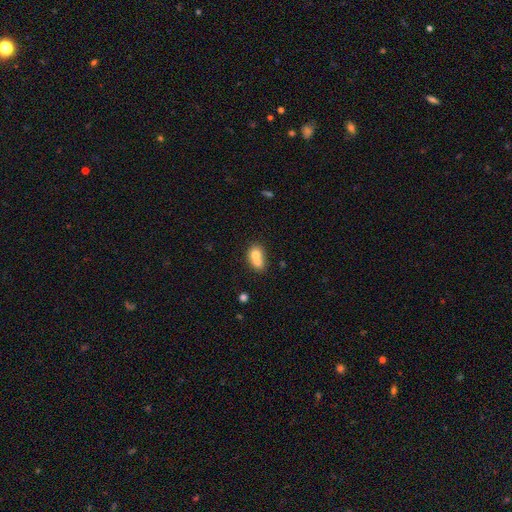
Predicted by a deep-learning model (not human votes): smooth_or_featured: smooth (p=0.70) [alt: featured or disk p=0.20]
how_rounded: round (p=0.54) [alt: in between p=0.45]
merging: merger (p=0.63) [alt: none p=0.26]